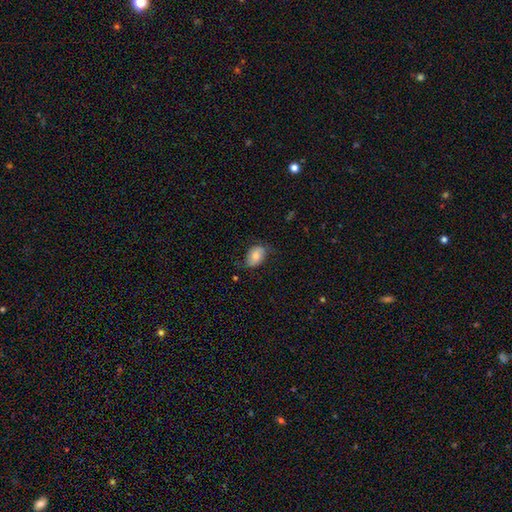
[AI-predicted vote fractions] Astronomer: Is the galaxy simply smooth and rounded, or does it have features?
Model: smooth — 70%.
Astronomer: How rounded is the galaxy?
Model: in between — 82%.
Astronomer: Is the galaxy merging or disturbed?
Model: none — 69%.